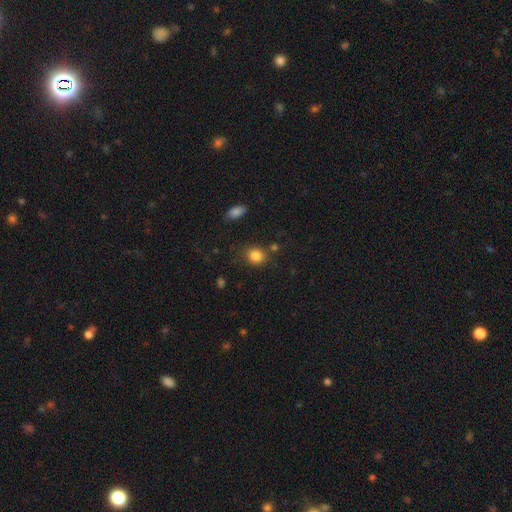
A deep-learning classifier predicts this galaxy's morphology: type=smooth (84%); roundness=round (66%); merging=none (78%).